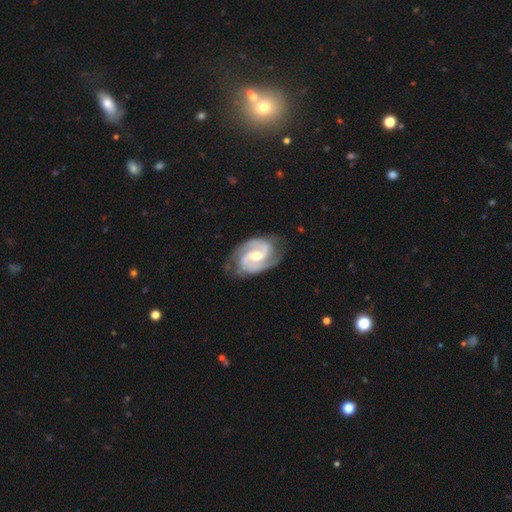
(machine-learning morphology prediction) The model was most divided on "bar": weak: 47%, no: 33%, strong: 20%. More confident: spiral arms — yes (98%); edge-on disk — no (98%); smooth or featured — featured or disk (92%); spiral arm count — 2 (89%); merging — none (78%); bulge size — moderate (64%); spiral winding — medium (55%).